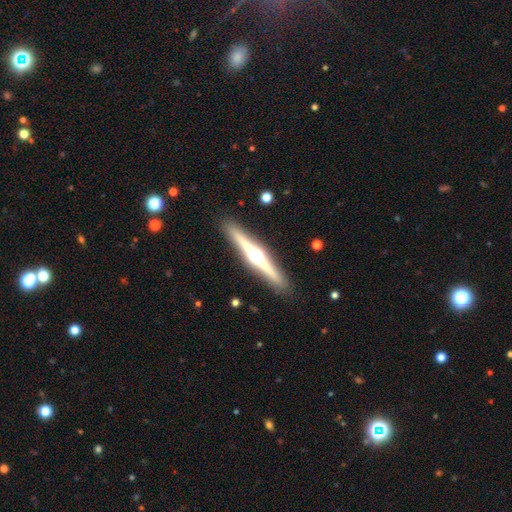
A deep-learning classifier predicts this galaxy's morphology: Overall: featured or disk (78%). Edge-on disk: yes (98%). Edge-on bulge: rounded (92%). Merging: none (90%).